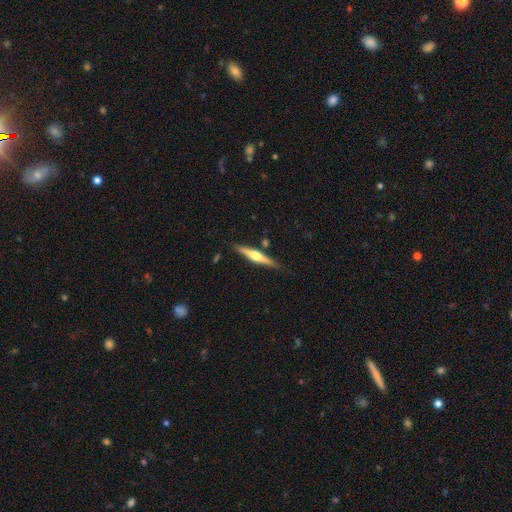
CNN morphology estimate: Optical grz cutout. It shows a featured or disk galaxy (67%) viewed edge-on (97%) with a rounded central bulge (92%). Merging: none (85%).